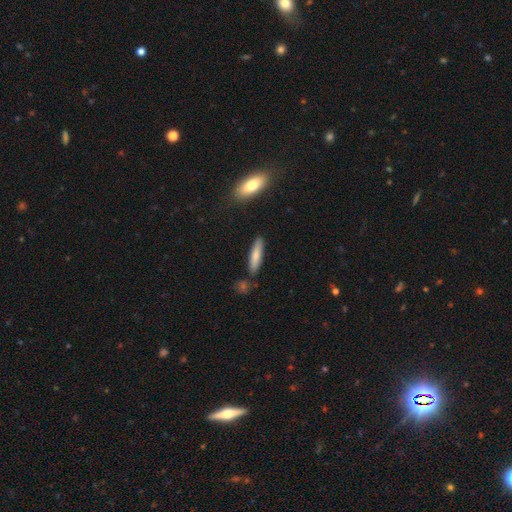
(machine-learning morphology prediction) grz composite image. It shows a smooth galaxy with no disk features (76%) that is cigar-shaped (77%). Merging: none (82%).